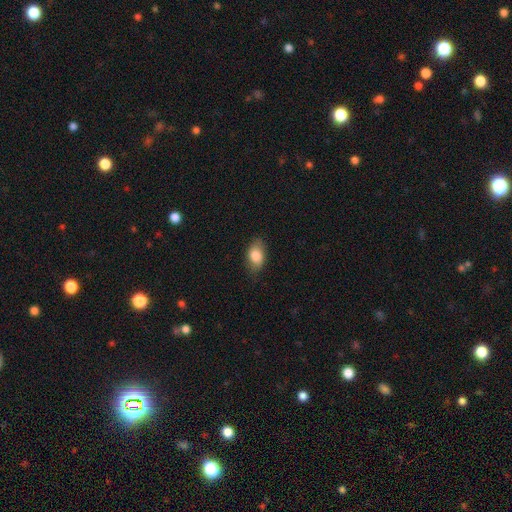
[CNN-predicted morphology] This is clearly a smooth galaxy (82%). How rounded: clearly in between (88%). Merging: likely none (78%).